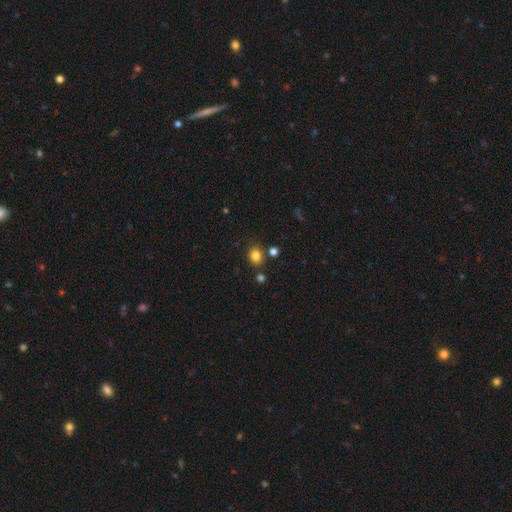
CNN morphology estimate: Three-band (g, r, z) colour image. It shows a smooth galaxy with no disk features (81%) that is round (62%). Merging: none (79%).